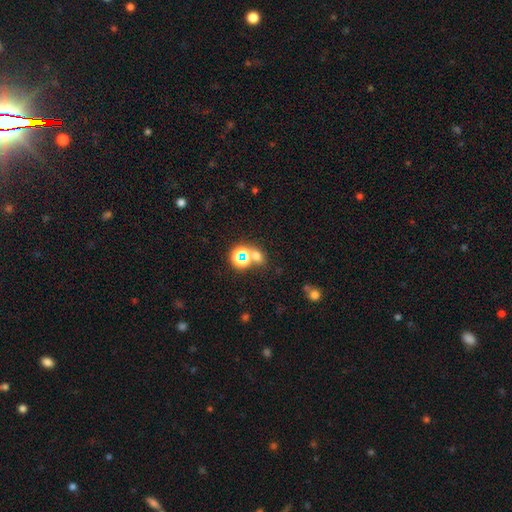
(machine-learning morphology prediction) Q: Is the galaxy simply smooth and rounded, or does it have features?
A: smooth — 49%.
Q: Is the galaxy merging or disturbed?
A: none — 62%.